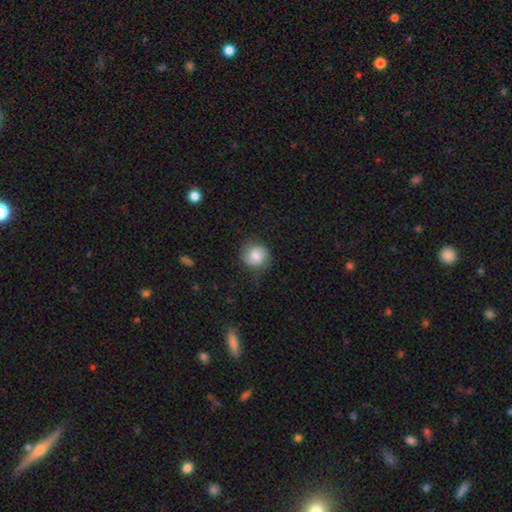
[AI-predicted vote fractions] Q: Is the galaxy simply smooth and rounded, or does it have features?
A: smooth — 64%.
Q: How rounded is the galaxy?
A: round — 84%.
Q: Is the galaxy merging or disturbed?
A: none — 68%.